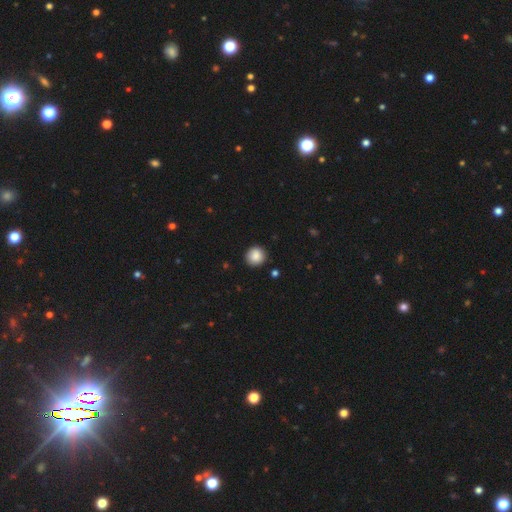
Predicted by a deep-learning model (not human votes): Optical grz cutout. It shows a smooth galaxy with no disk features (88%) that is round (92%). Merging: none (91%).